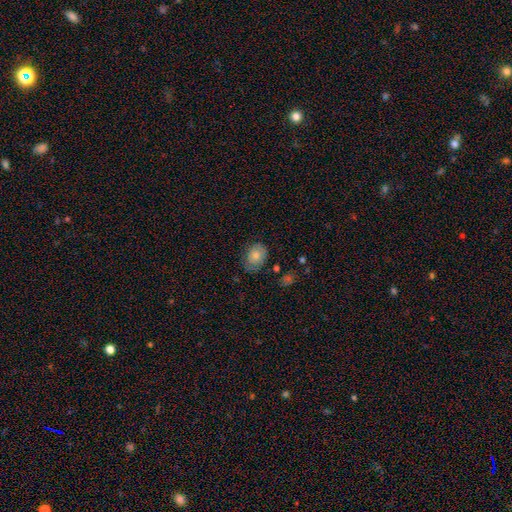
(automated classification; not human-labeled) smooth-or-featured: smooth: 79% | featured or disk: 13% | star or artifact: 8%
  how-rounded: in between: 66% | round: 33% | cigar-shaped: 1%
  merging: none: 69% | minor disturbance: 24% | major disturbance: 6% | merger: 2%